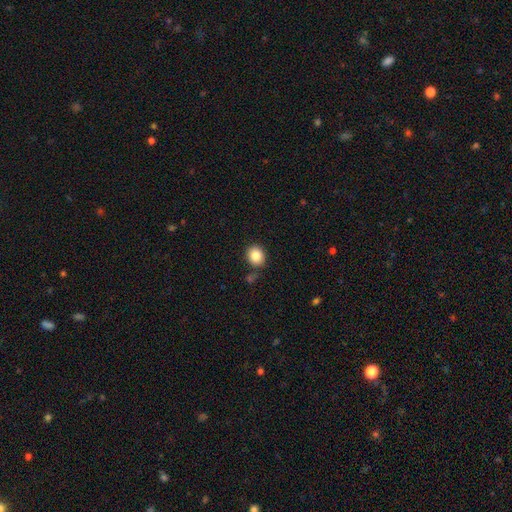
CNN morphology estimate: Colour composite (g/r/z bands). It shows a smooth galaxy with no disk features (85%) that is round (69%). Merging: none (83%).